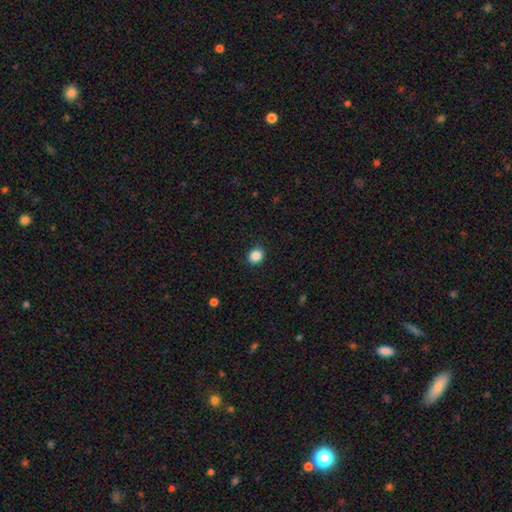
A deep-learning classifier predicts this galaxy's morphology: This appears to be a smooth galaxy with no disk features (87%) that is round (72%). Merging: none (89%).